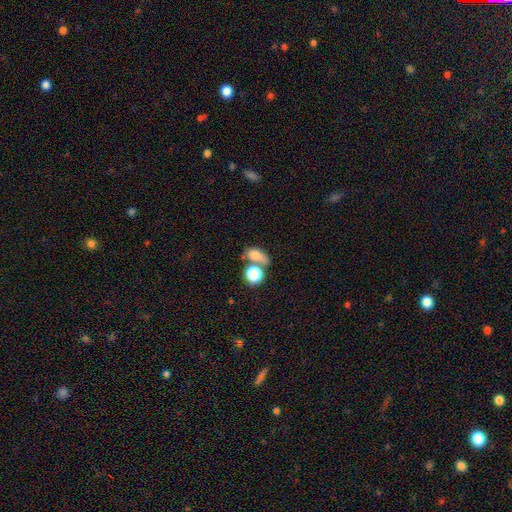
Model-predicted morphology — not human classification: This is likely a smooth galaxy (76%). How rounded: likely in between (69%). Merging: marginally merger (40%).